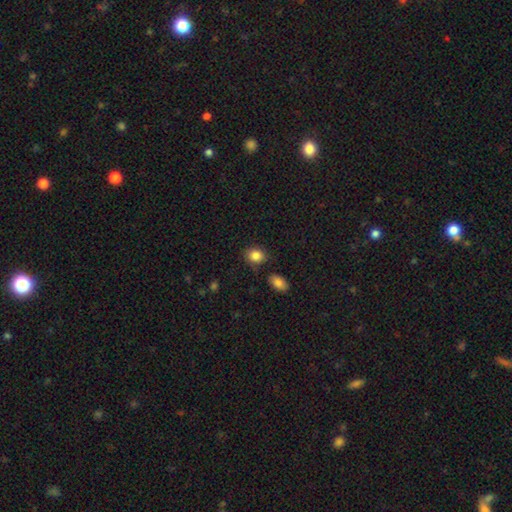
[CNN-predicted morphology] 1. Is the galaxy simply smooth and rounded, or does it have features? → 86% smooth, 9% star or artifact, 5% featured or disk.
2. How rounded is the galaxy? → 53% round, 45% in between, 1% cigar-shaped.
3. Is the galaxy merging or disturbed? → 77% none, 14% minor disturbance, 5% merger, 3% major disturbance.